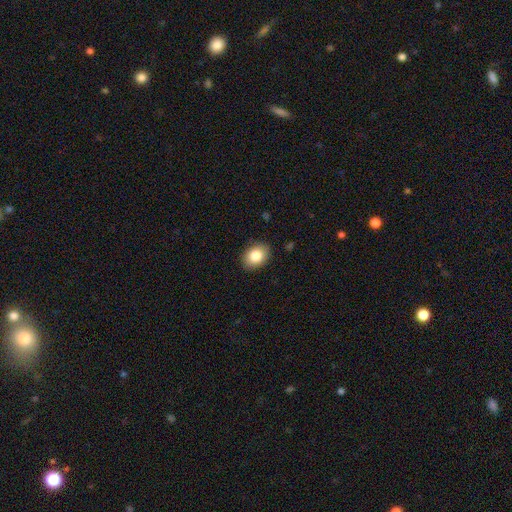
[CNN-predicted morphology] Smooth or featured? smooth (84%)
How rounded? in between (71%)
Merging? none (88%)